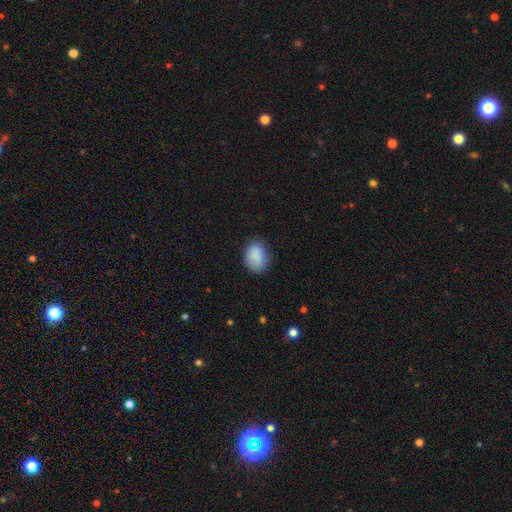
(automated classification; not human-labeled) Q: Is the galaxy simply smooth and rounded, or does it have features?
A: smooth — 87%.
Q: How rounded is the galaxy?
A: in between — 69%.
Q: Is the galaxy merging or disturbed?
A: none — 75%.